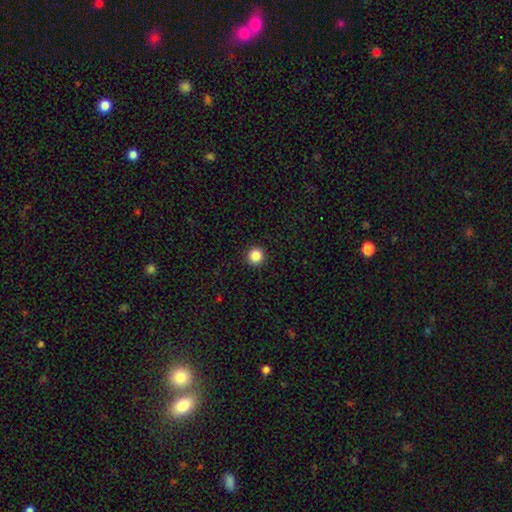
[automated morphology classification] A smooth galaxy with no disk features (87%) that is round (95%). Merging: none (93%).